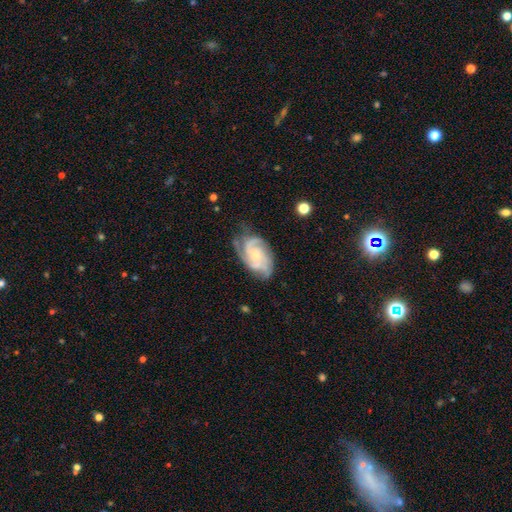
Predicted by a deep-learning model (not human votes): Morphology: type=featured or disk (86%); edge-on=no (97%); bar=no (71%); spiral arms=yes (97%); winding=tight (53%); arm count=3 (48%); bulge=small (64%); merging=none (66%).